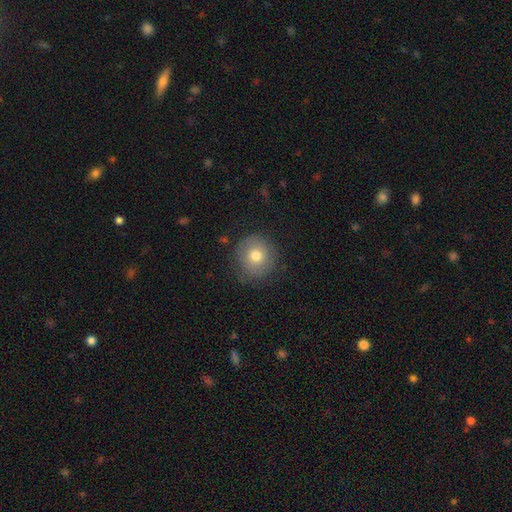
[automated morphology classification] type=smooth (75%); roundness=round (91%); merging=none (82%).